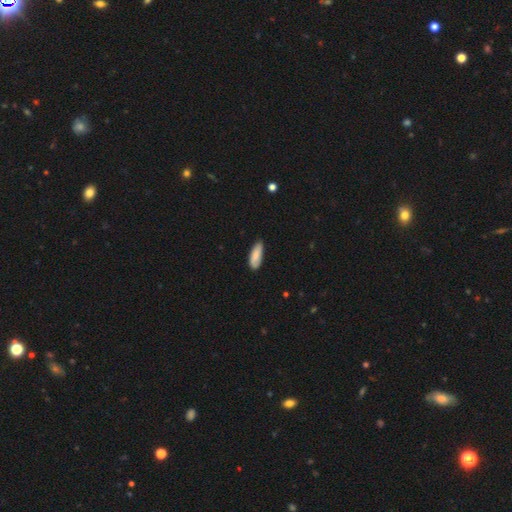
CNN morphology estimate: This appears to be a smooth galaxy with no disk features (84%) that is in between round and cigar-shaped (67%). Merging: none (75%).